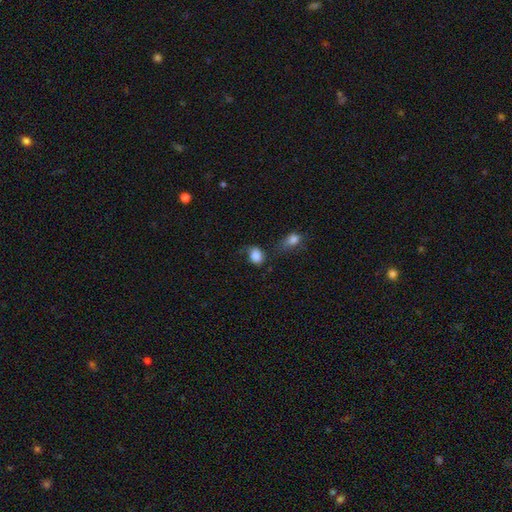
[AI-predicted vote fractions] smooth-or-featured: smooth: 84% | star or artifact: 9% | featured or disk: 7%
  how-rounded: in between: 53% | round: 46% | cigar-shaped: 1%
  merging: none: 47% | minor disturbance: 27% | major disturbance: 14% | merger: 12%